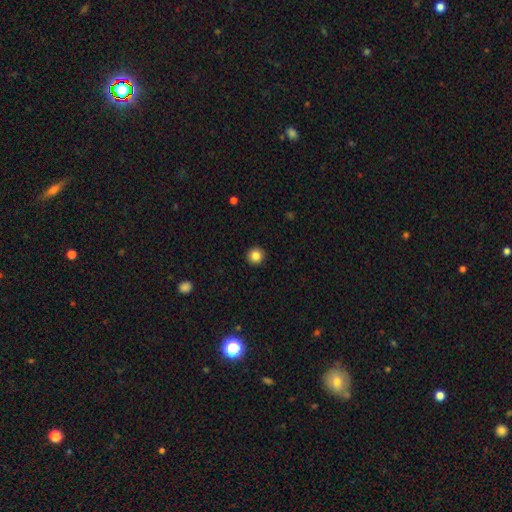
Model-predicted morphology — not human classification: A smooth galaxy with no disk features (85%) that is round (95%). Merging: none (93%).